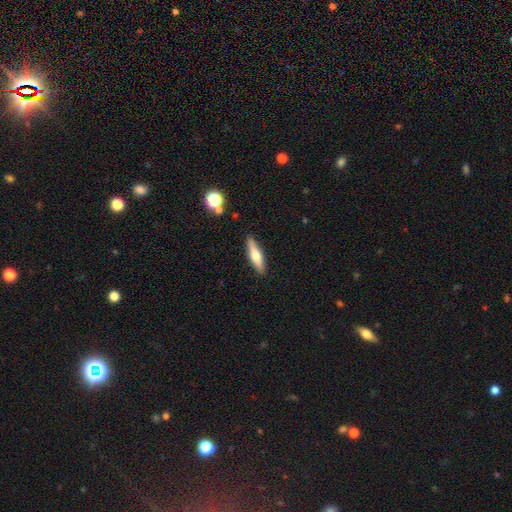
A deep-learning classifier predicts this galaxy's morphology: A smooth galaxy with no disk features (47%). Merging: none (89%).